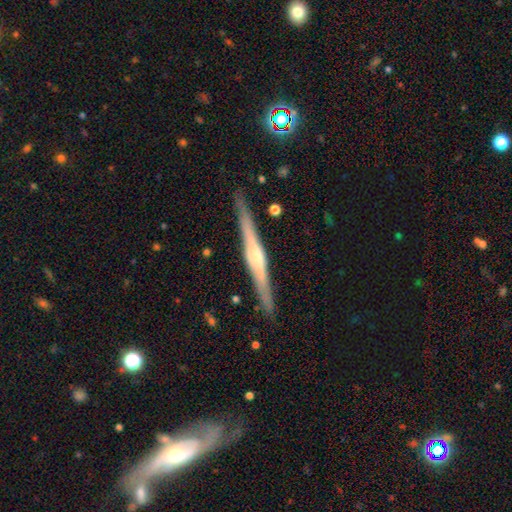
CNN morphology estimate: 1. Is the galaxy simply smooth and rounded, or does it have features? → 76% featured or disk, 19% smooth, 5% star or artifact.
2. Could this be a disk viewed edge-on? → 98% yes, 2% no.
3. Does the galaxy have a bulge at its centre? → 57% rounded, 24% boxy, 19% none.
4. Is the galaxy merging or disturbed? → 89% none, 8% minor disturbance, 2% major disturbance, 1% merger.